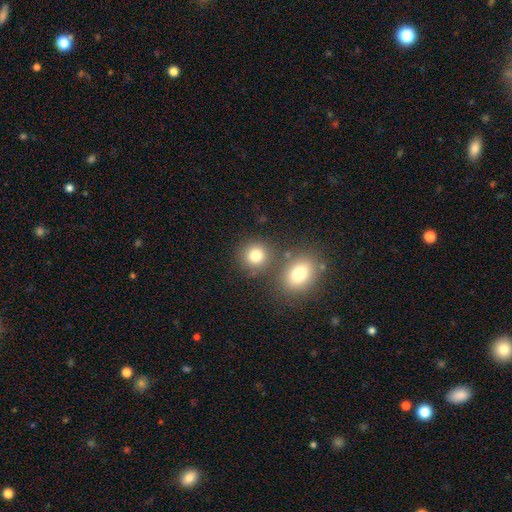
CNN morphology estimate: Smooth or featured: smooth — 80% (star or artifact — 12%)
How rounded: round — 85% (in between — 14%)
Merging: none — 70% (merger — 18%)